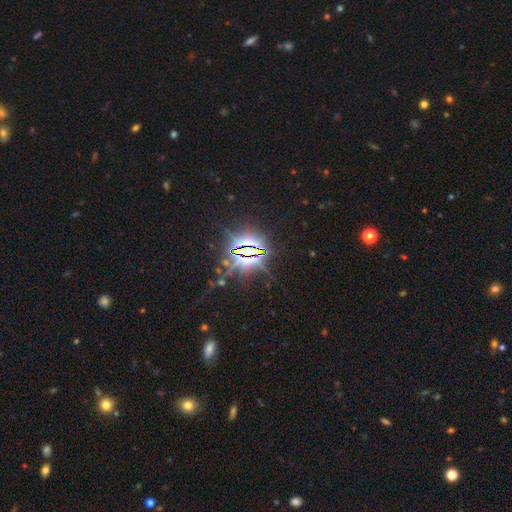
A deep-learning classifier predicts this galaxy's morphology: Smooth or featured?
  - star or artifact: 84% *
  - featured or disk: 8%
  - smooth: 7%